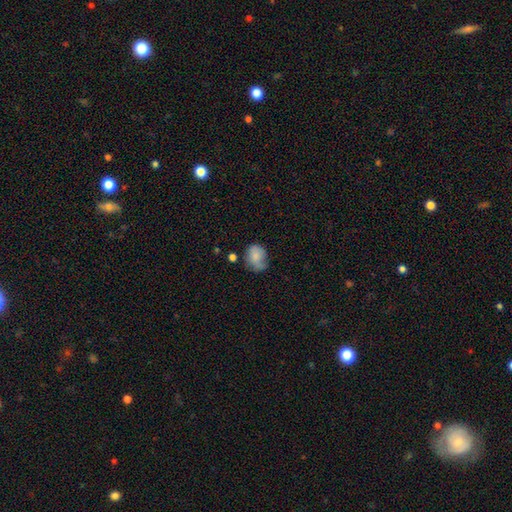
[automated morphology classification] This is likely a smooth galaxy (75%). How rounded: possibly round (51%). Merging: marginally none (42%).